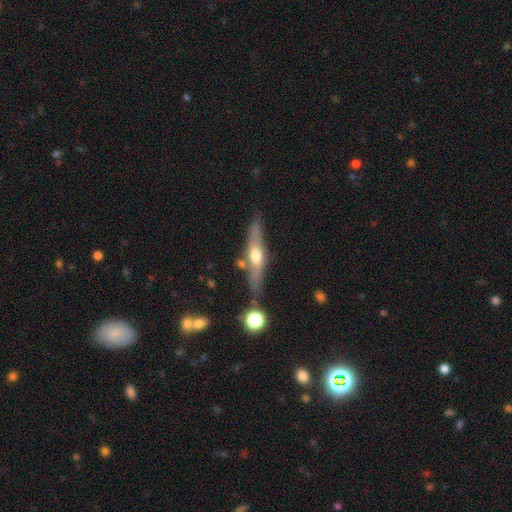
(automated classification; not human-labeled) Overall: featured or disk (60%; smooth 33%). Edge-on disk: yes (88%). Edge-on bulge: rounded (91%). Merging: none (74%).